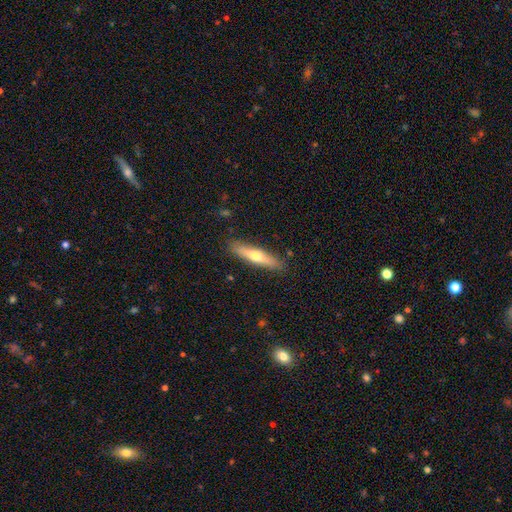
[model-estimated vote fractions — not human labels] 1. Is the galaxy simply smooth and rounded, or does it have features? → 51% smooth, 44% featured or disk, 6% star or artifact.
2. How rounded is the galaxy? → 85% cigar-shaped, 14% in between, 2% round.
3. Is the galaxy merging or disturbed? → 88% none, 9% minor disturbance, 2% major disturbance, 1% merger.